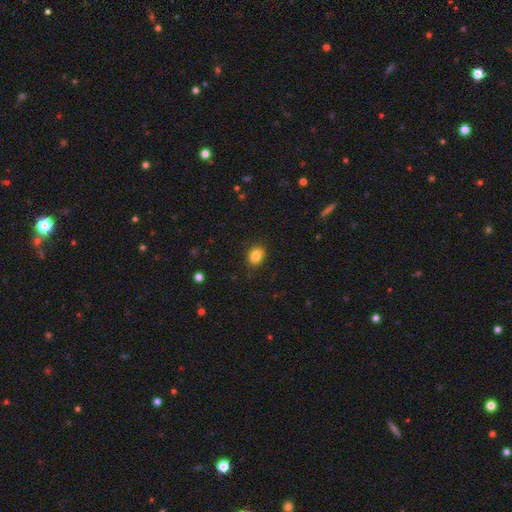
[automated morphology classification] Smooth or featured? Predicted: smooth (p=0.84). How rounded? Predicted: in between (p=0.55). Merging? Predicted: none (p=0.87).